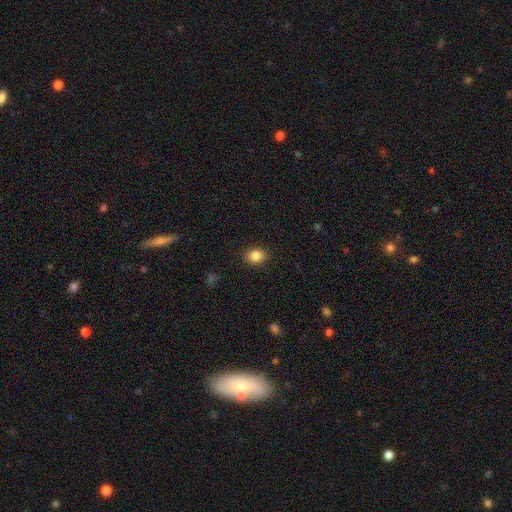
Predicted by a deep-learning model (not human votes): Smooth or featured?
  - smooth: 85% *
  - star or artifact: 10%
  - featured or disk: 5%
How rounded?
  - round: 50% *
  - in between: 49%
  - cigar-shaped: 1%
Merging?
  - none: 89% *
  - minor disturbance: 8%
  - major disturbance: 2%
  - merger: 1%